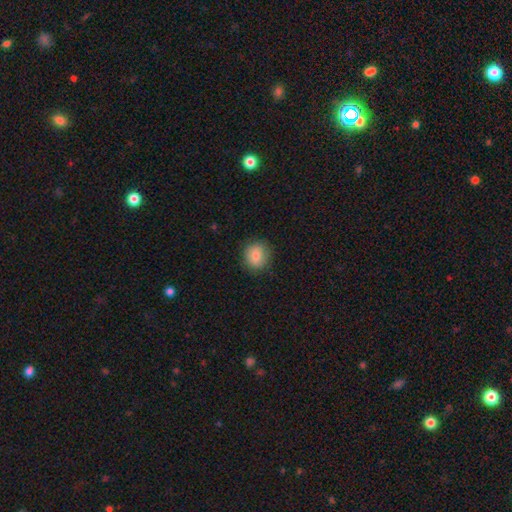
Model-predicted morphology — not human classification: smooth_or_featured: smooth (p=0.83) [alt: star or artifact p=0.08]
how_rounded: round (p=0.80) [alt: in between p=0.19]
merging: none (p=0.86) [alt: minor disturbance p=0.10]